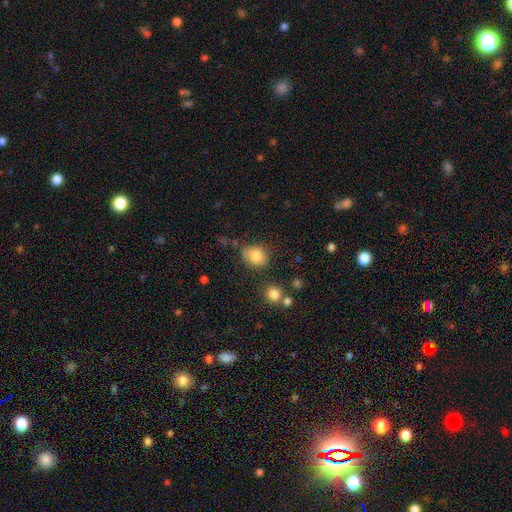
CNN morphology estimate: smooth_or_featured: smooth (p=0.83) [alt: star or artifact p=0.10]
how_rounded: round (p=0.64) [alt: in between p=0.35]
merging: none (p=0.69) [alt: minor disturbance p=0.20]